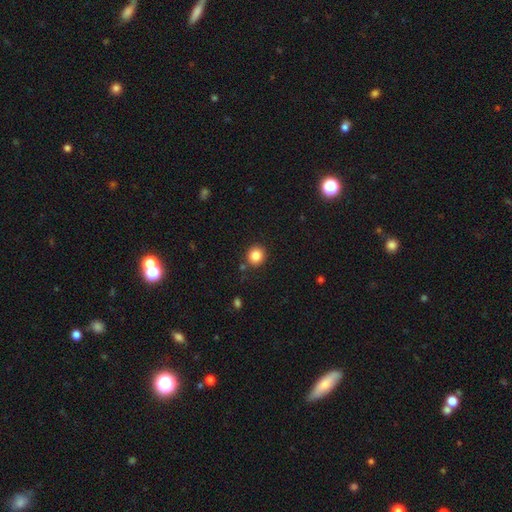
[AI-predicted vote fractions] Smooth or featured? Predicted: smooth (p=0.85). How rounded? Predicted: round (p=0.89). Merging? Predicted: none (p=0.87).